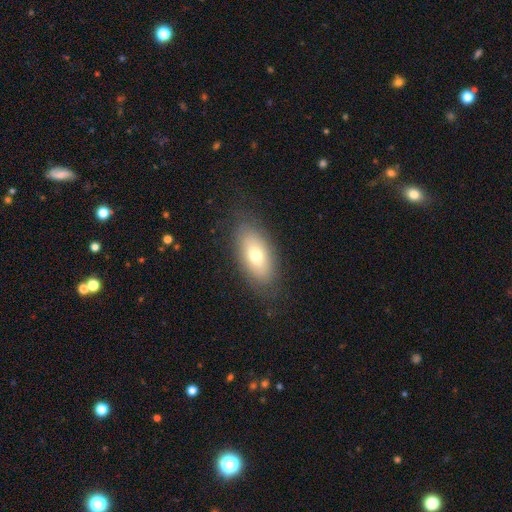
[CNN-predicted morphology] Smooth or featured: smooth — 66% (featured or disk — 26%)
How rounded: in between — 89% (cigar-shaped — 6%)
Merging: none — 80% (minor disturbance — 14%)